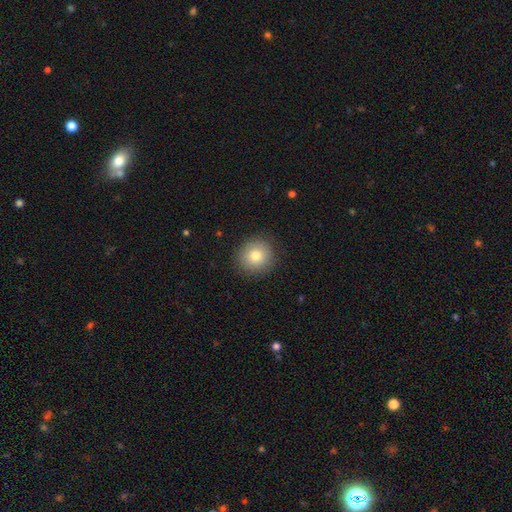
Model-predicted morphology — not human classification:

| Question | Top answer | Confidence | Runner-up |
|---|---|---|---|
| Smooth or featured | smooth | 80% | featured or disk (10%) |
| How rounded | round | 92% | in between (7%) |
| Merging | none | 90% | minor disturbance (7%) |